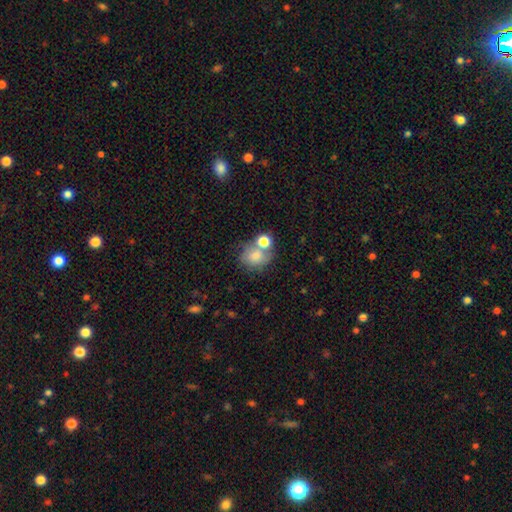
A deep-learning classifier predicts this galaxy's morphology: This is likely a smooth galaxy (74%). How rounded: likely round (67%). Merging: marginally none (44%).